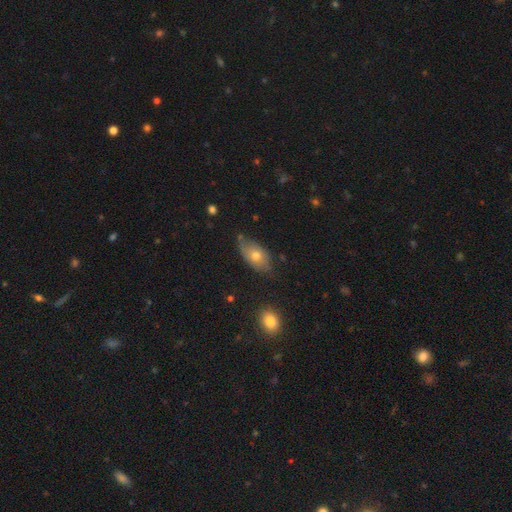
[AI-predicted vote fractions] smooth_or_featured: smooth (p=0.68) [alt: featured or disk p=0.23]
how_rounded: in between (p=0.89) [alt: round p=0.08]
merging: none (p=0.57) [alt: minor disturbance p=0.32]